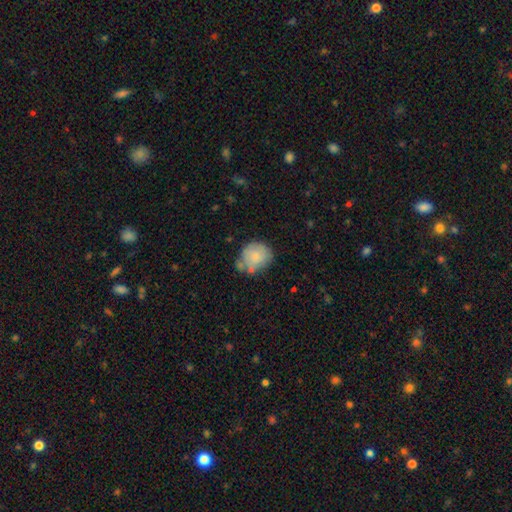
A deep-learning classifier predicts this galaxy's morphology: The model was most divided on "merging": none: 52%, minor disturbance: 27%, merger: 13%, major disturbance: 8%. More confident: smooth or featured — smooth (74%); how rounded — round (71%).